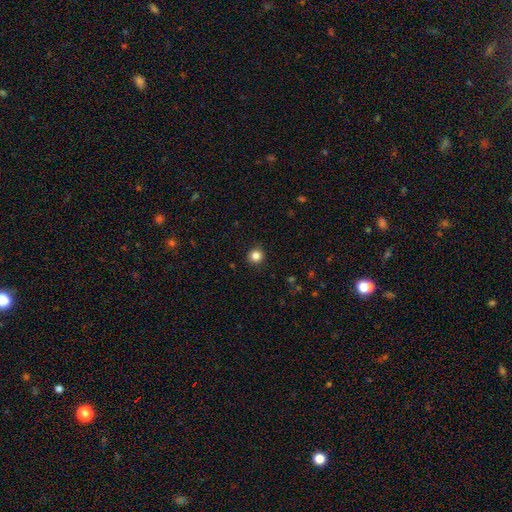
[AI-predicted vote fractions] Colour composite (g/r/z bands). It shows a smooth galaxy with no disk features (84%) that is round (93%). Merging: none (92%).